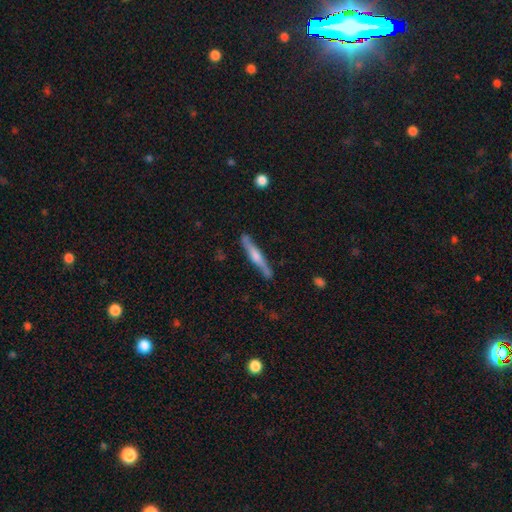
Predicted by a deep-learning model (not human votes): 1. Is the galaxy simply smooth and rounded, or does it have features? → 62% featured or disk, 32% smooth, 5% star or artifact.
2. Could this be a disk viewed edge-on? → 96% yes, 4% no.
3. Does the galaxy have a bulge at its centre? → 71% rounded, 17% boxy, 12% none.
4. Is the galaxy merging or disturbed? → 85% none, 11% minor disturbance, 2% merger, 2% major disturbance.